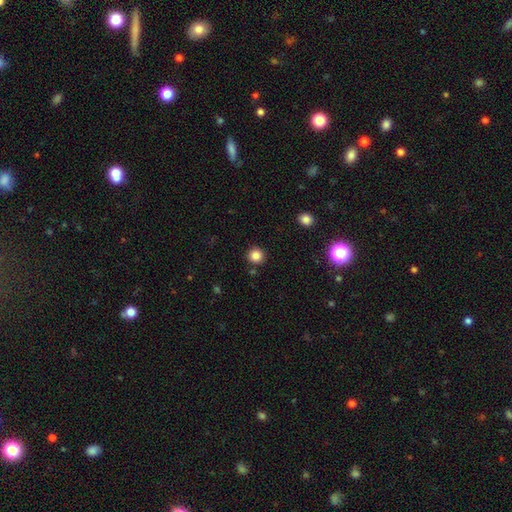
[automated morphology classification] Smooth or featured: smooth — 84% (star or artifact — 12%)
How rounded: round — 93% (in between — 6%)
Merging: none — 89% (minor disturbance — 6%)